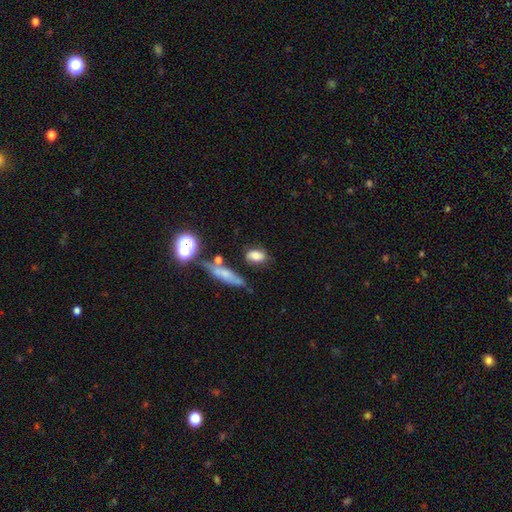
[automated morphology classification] This appears to be a smooth galaxy with no disk features (74%) that is in between round and cigar-shaped (82%). Merging: none (68%).